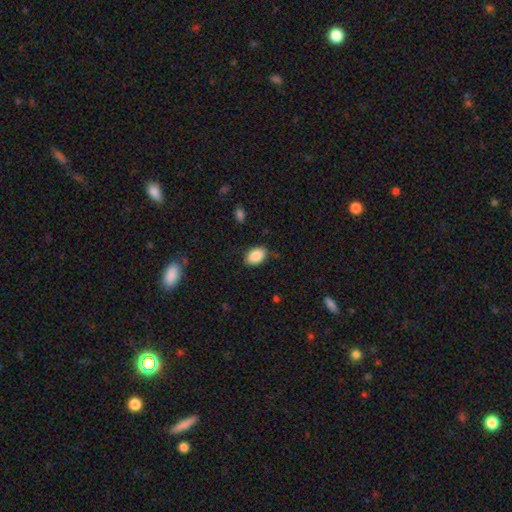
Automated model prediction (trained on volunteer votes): A smooth galaxy with no disk features (88%) that is in between round and cigar-shaped (90%). Merging: none (85%).